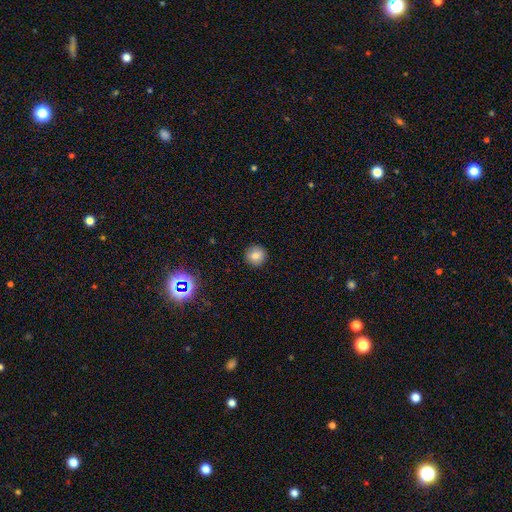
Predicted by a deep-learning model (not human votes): Smooth or featured?
  - smooth: 79% *
  - star or artifact: 12%
  - featured or disk: 8%
How rounded?
  - round: 94% *
  - in between: 5%
  - cigar-shaped: 1%
Merging?
  - none: 91% *
  - minor disturbance: 6%
  - major disturbance: 2%
  - merger: 1%